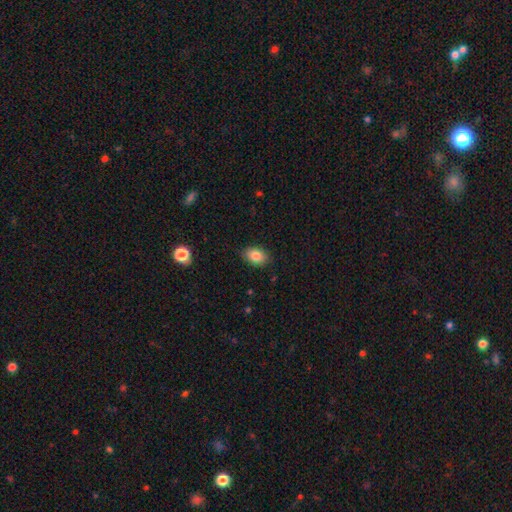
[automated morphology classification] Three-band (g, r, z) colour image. It shows a smooth galaxy with no disk features (84%) that is in between round and cigar-shaped (78%). Merging: none (85%).